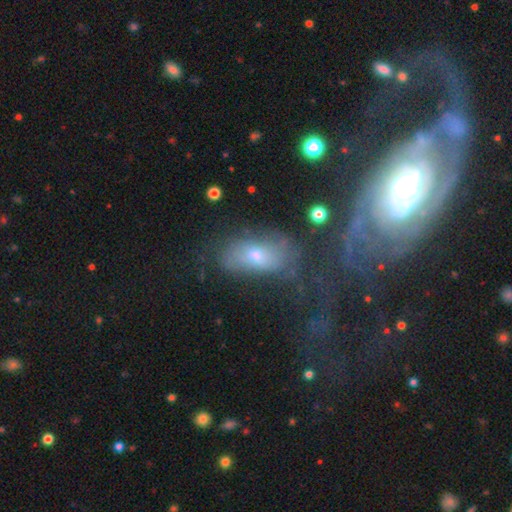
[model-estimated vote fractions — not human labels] smooth 51%, featured or disk 36%, star or artifact 14%. Down the decision tree: how rounded — in between (86%); merging — none (46%).